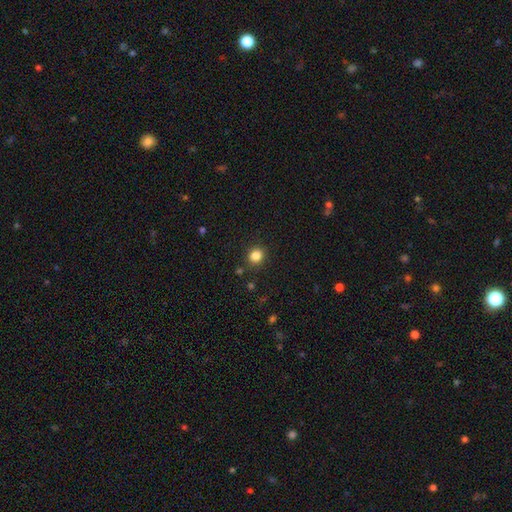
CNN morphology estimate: smooth 84%, star or artifact 12%, featured or disk 4%. Down the decision tree: how rounded — round (83%); merging — none (88%).